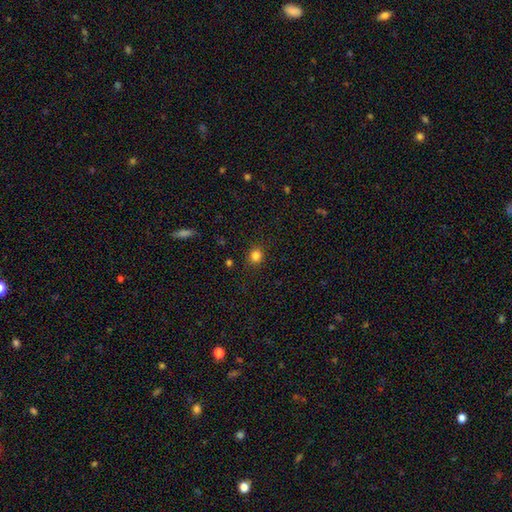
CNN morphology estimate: Smooth or featured? smooth (83%)
How rounded? round (80%)
Merging? none (89%)